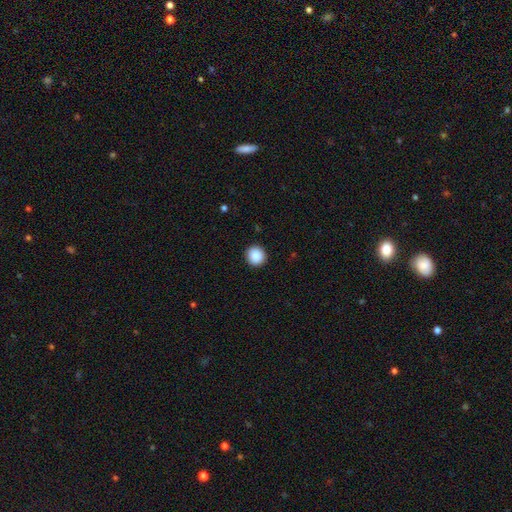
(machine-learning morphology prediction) smooth-or-featured: smooth: 89% | star or artifact: 8% | featured or disk: 3%
  how-rounded: round: 94% | in between: 5% | cigar-shaped: 1%
  merging: none: 93% | minor disturbance: 5% | major disturbance: 2% | merger: 1%